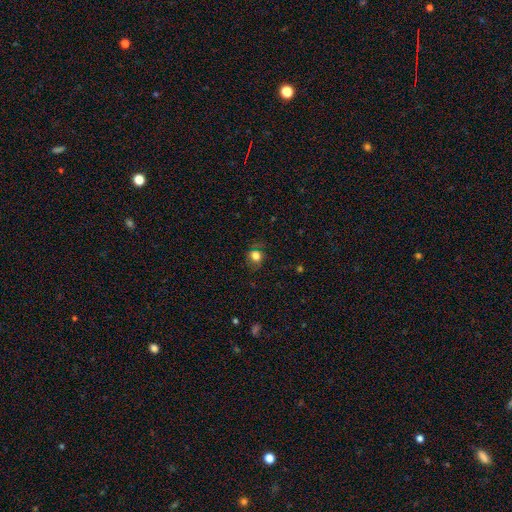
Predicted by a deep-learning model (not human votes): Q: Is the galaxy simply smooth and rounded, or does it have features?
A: smooth — 74%.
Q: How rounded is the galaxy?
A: round — 72%.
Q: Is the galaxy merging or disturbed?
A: none — 76%.